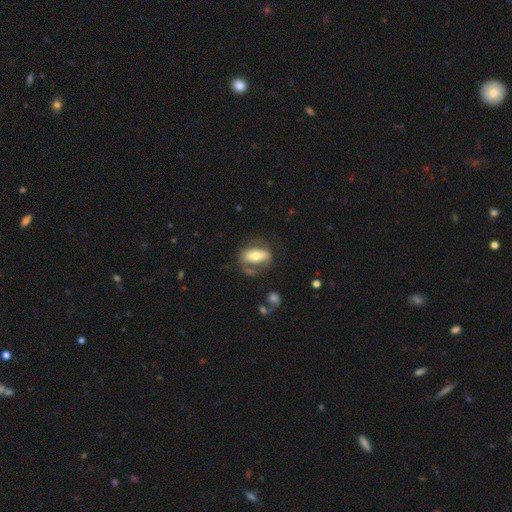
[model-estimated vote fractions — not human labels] smooth_or_featured: smooth (p=0.60) [alt: featured or disk p=0.33]
how_rounded: in between (p=0.82) [alt: cigar-shaped p=0.13]
merging: none (p=0.56) [alt: minor disturbance p=0.21]